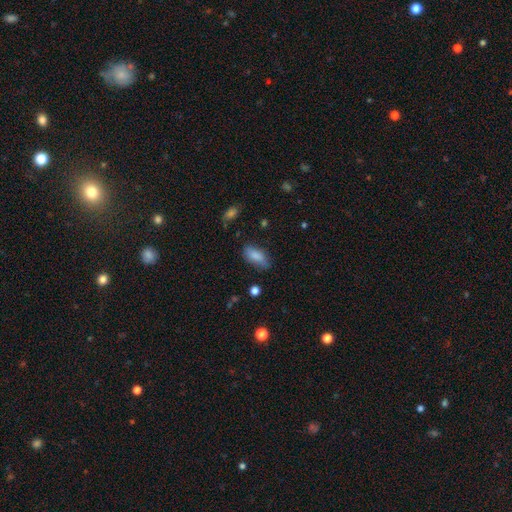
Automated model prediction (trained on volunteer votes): This is clearly a smooth galaxy (82%). How rounded: clearly in between (85%). Merging: likely none (63%).